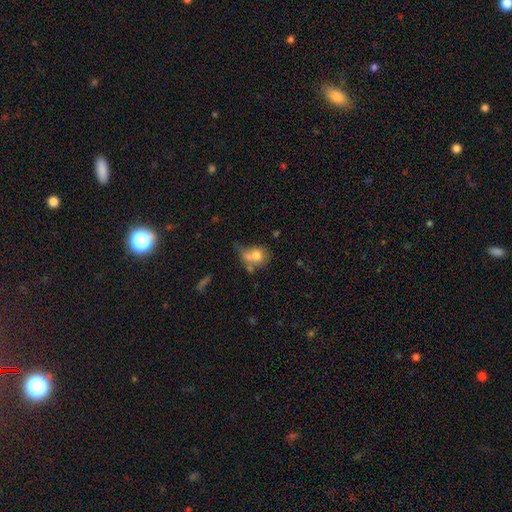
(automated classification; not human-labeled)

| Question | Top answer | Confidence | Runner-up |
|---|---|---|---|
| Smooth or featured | smooth | 70% | featured or disk (20%) |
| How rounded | round | 63% | in between (35%) |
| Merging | merger | 39% | none (29%) |